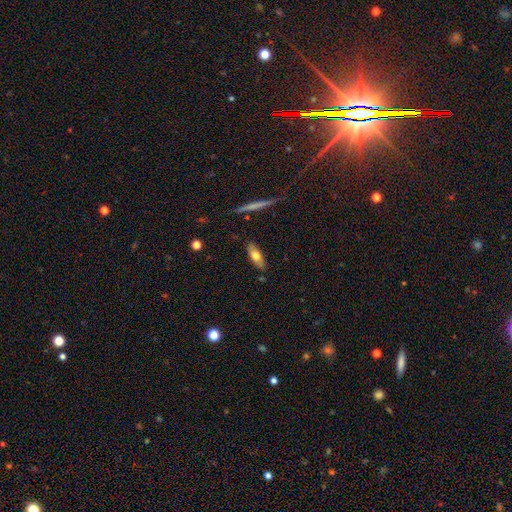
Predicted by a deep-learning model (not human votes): A smooth galaxy with no disk features (61%) that is in between round and cigar-shaped (64%).

Vote fractions:
- Smooth or featured? smooth: 61% / featured or disk: 33% / star or artifact: 7%
- How rounded? in between: 64% / cigar-shaped: 33% / round: 3%
- Merging? none: 82% / minor disturbance: 13% / major disturbance: 3% / merger: 2%